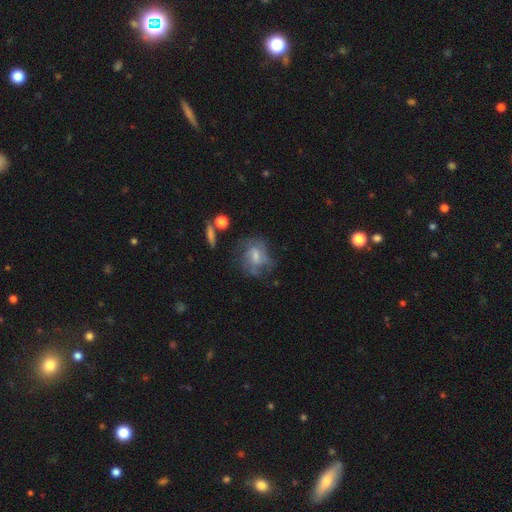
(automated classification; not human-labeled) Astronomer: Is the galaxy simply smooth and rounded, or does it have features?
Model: featured or disk — 56%.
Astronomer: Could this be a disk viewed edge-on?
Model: no — 96%.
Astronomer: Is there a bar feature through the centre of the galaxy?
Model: no — 50% (runner-up: weak, 42%).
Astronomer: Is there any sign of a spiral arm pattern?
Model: yes — 68%.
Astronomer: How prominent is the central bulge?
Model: moderate — 45% (runner-up: small, 41%).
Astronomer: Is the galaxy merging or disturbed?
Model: none — 58%.